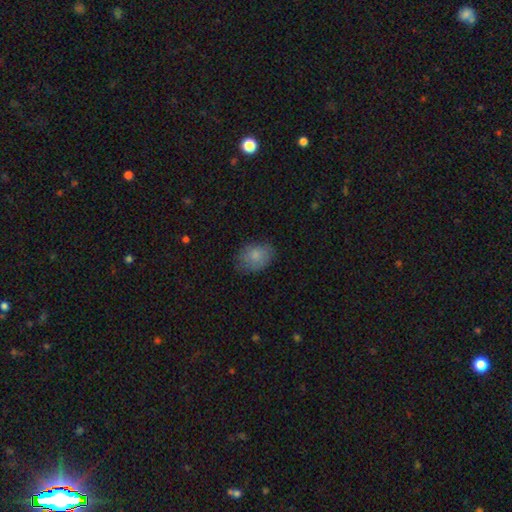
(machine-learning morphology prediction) A smooth galaxy with no disk features (81%) that is in between round and cigar-shaped (73%). Merging: none (73%).